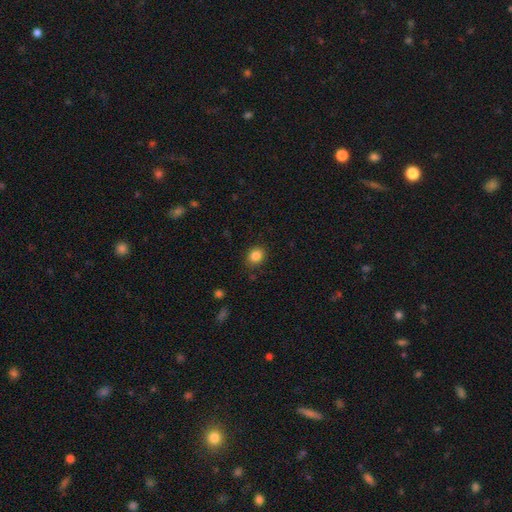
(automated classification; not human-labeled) smooth 85%, star or artifact 10%, featured or disk 5%. Down the decision tree: how rounded — round (65%); merging — none (85%).